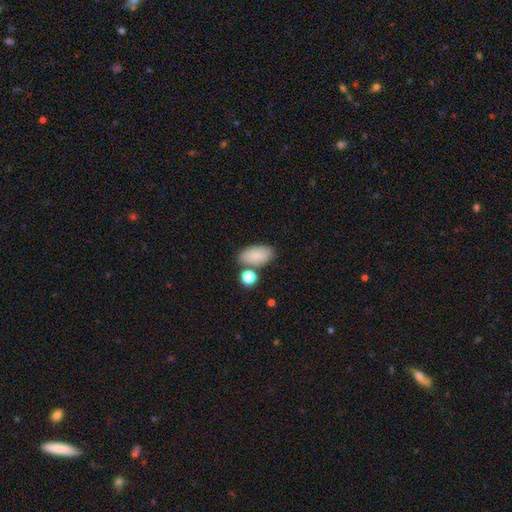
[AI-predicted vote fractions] Smooth or featured? smooth (86%)
How rounded? in between (93%)
Merging? none (71%)